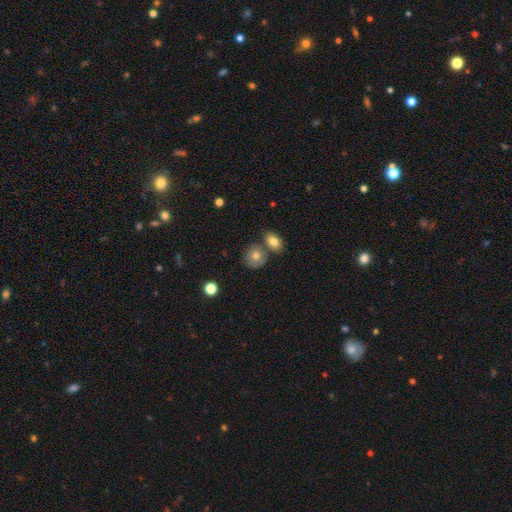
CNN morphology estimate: A smooth galaxy with no disk features (78%) that is round (76%). Merging: none (64%).